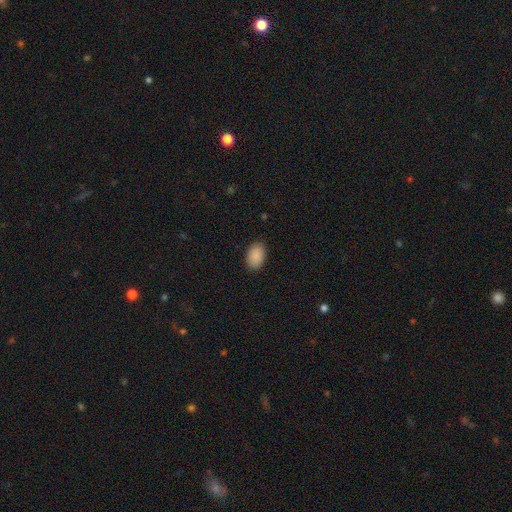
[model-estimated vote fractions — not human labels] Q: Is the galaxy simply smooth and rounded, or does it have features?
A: smooth — 90%.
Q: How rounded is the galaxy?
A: in between — 91%.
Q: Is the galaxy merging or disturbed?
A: none — 87%.